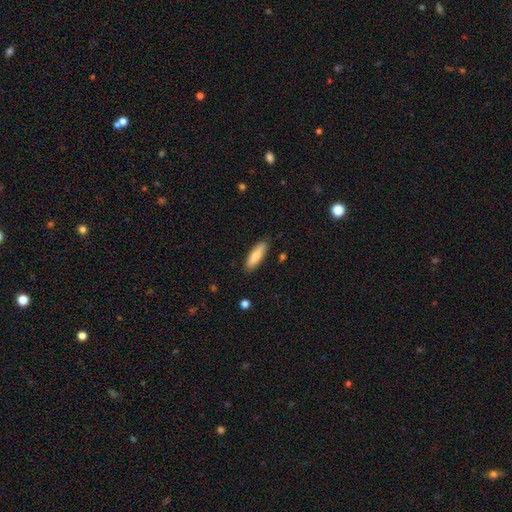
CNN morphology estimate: Q: Smooth or featured?
A: smooth (83%); runner-up: featured or disk (11%)
Q: How rounded?
A: in between (54%); runner-up: cigar-shaped (45%)
Q: Merging?
A: none (87%); runner-up: minor disturbance (10%)